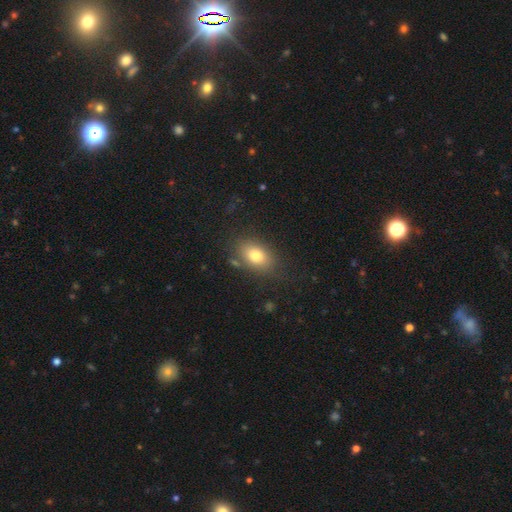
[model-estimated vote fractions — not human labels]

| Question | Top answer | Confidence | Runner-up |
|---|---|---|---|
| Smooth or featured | smooth | 78% | featured or disk (13%) |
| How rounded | in between | 81% | round (18%) |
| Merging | none | 78% | minor disturbance (14%) |